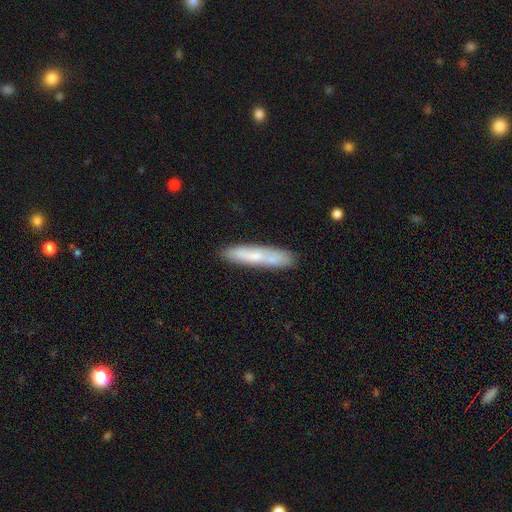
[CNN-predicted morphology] A smooth galaxy with no disk features (64%) that is cigar-shaped (89%).

Vote fractions:
- Smooth or featured? smooth: 64% / featured or disk: 29% / star or artifact: 6%
- How rounded? cigar-shaped: 89% / in between: 9% / round: 1%
- Merging? none: 80% / minor disturbance: 13% / merger: 4% / major disturbance: 3%